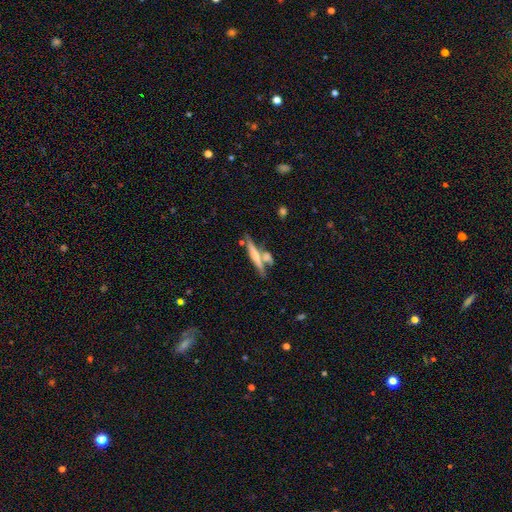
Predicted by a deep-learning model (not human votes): Q: Smooth or featured?
A: featured or disk (46%); tied with: smooth (46%)
Q: Merging?
A: none (53%); runner-up: merger (32%)